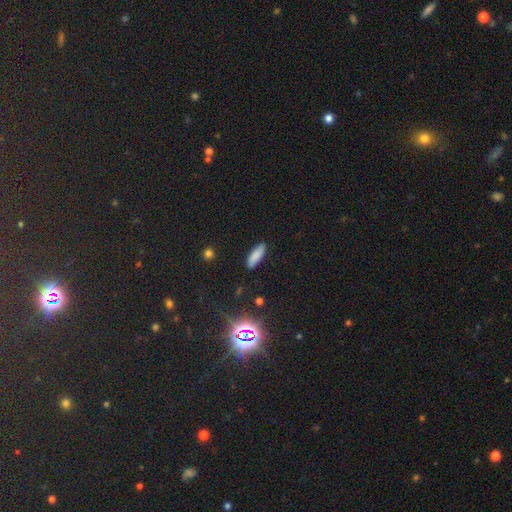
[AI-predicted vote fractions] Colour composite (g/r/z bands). It shows a smooth galaxy with no disk features (83%) that is in between round and cigar-shaped (51%). Merging: none (88%).